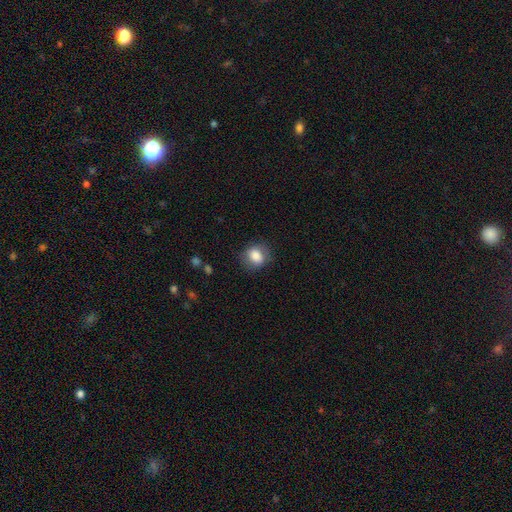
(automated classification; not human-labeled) Smooth or featured: smooth — 82% (featured or disk — 10%)
How rounded: round — 55% (in between — 44%)
Merging: none — 76% (minor disturbance — 17%)